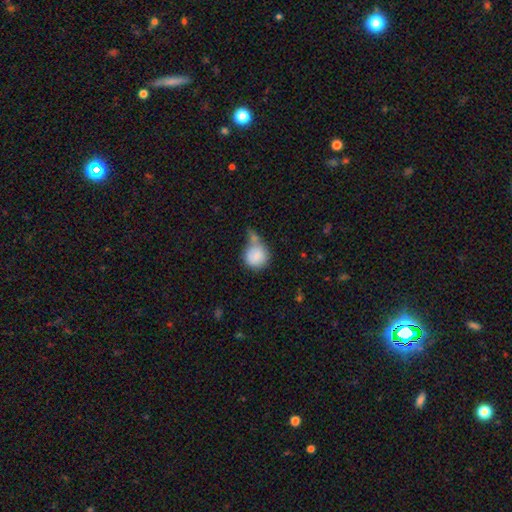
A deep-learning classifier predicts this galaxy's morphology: Smooth or featured?
  - smooth: 82% *
  - featured or disk: 11%
  - star or artifact: 7%
How rounded?
  - round: 85% *
  - in between: 14%
  - cigar-shaped: 1%
Merging?
  - merger: 36% *
  - none: 32%
  - minor disturbance: 20%
  - major disturbance: 12%